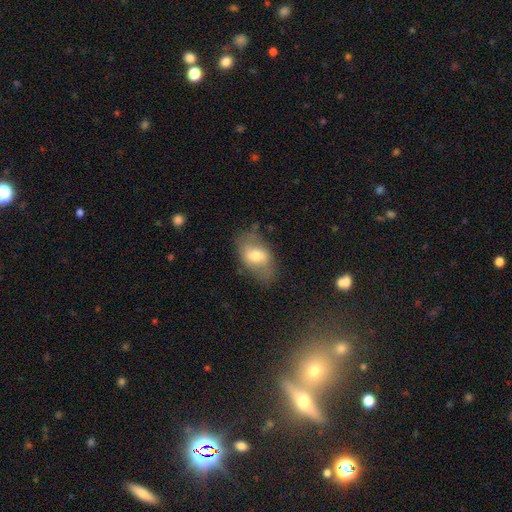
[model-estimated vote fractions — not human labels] Overall: smooth (59%; featured or disk 33%). How rounded: in between (88%). Merging: none (65%).